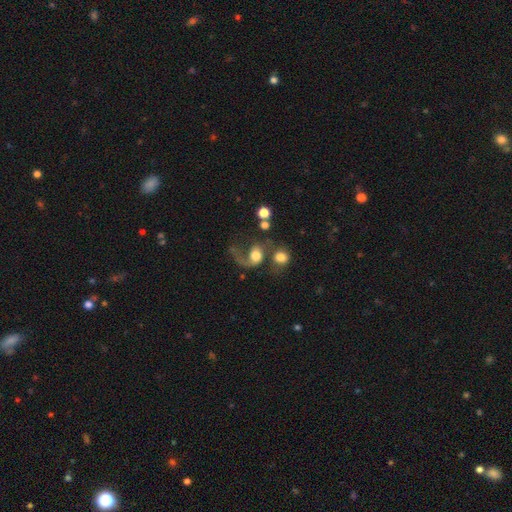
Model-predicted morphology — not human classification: This is possibly a featured or disk galaxy (47%). Merging: marginally major disturbance (37%).